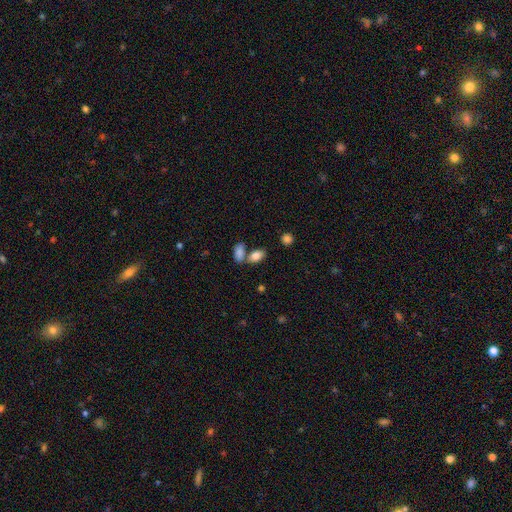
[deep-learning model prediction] Q: Smooth or featured?
A: smooth (84%); runner-up: star or artifact (8%)
Q: How rounded?
A: in between (90%); runner-up: round (7%)
Q: Merging?
A: none (52%); runner-up: merger (33%)